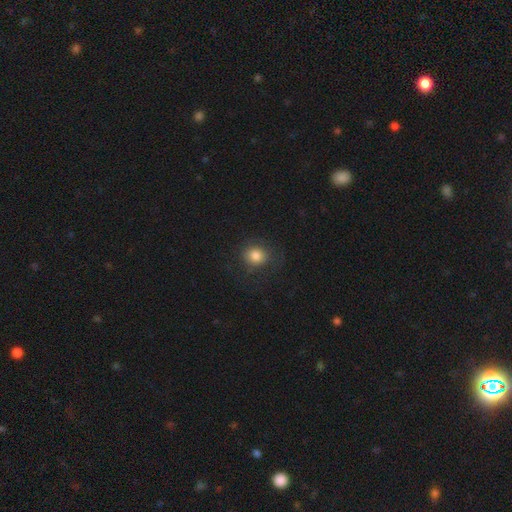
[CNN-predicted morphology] Overall: smooth (82%). How rounded: round (78%). Merging: none (78%).